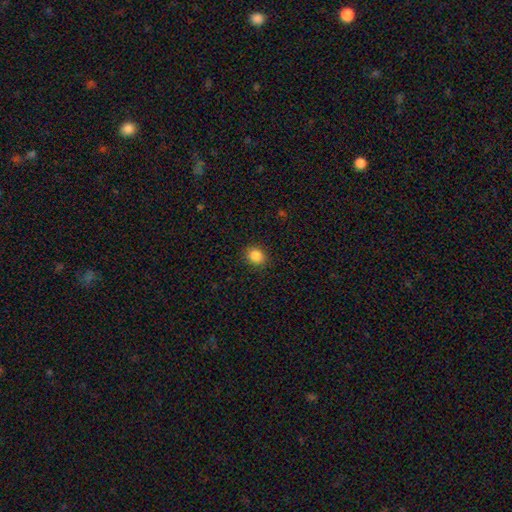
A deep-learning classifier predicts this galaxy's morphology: smooth 87%, star or artifact 10%, featured or disk 3%. Down the decision tree: how rounded — round (70%); merging — none (89%).